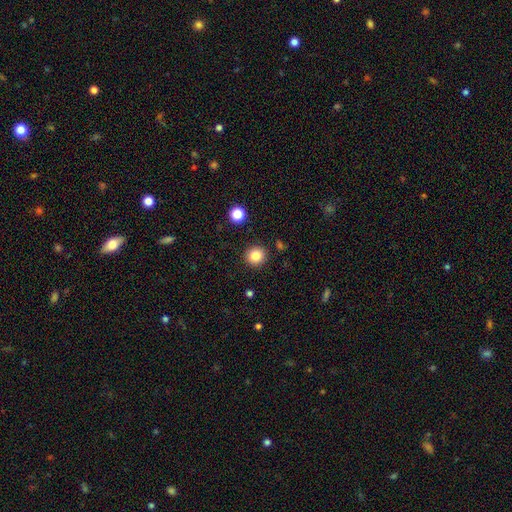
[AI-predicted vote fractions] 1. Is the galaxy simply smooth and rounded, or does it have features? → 83% smooth, 11% star or artifact, 6% featured or disk.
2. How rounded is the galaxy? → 93% round, 6% in between, 1% cigar-shaped.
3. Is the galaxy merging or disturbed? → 90% none, 6% minor disturbance, 2% major disturbance, 2% merger.